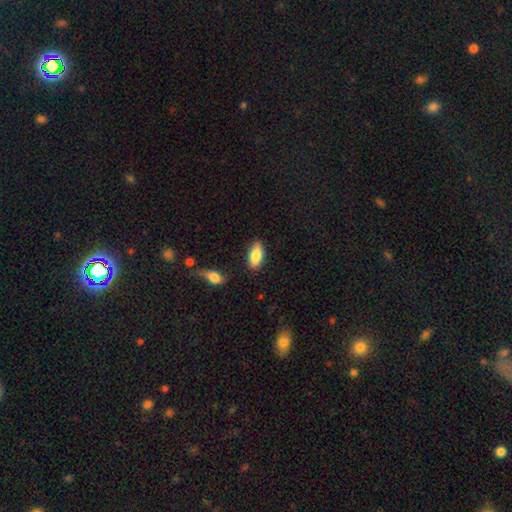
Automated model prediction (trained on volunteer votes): Q: Smooth or featured?
A: smooth (84%); runner-up: featured or disk (10%)
Q: How rounded?
A: in between (90%); runner-up: cigar-shaped (8%)
Q: Merging?
A: none (83%); runner-up: minor disturbance (11%)